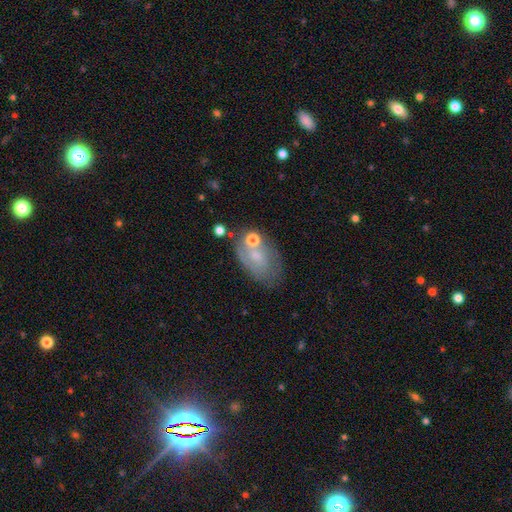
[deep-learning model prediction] smooth_or_featured: smooth (p=0.45) [alt: featured or disk p=0.43]
merging: none (p=0.52) [alt: minor disturbance p=0.24]